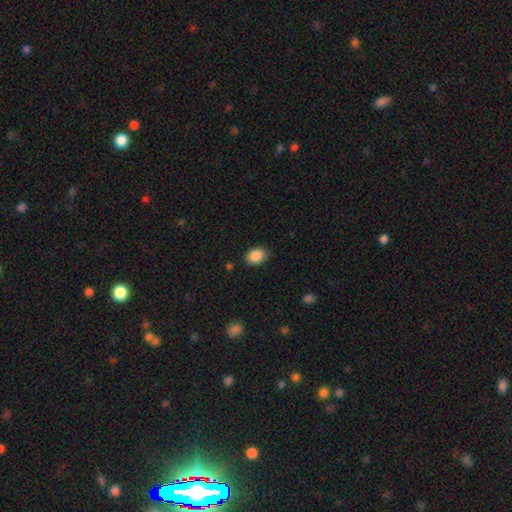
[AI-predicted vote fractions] The model was most divided on "how rounded": in between: 75%, round: 24%, cigar-shaped: 1%. More confident: smooth or featured — smooth (89%); merging — none (86%).